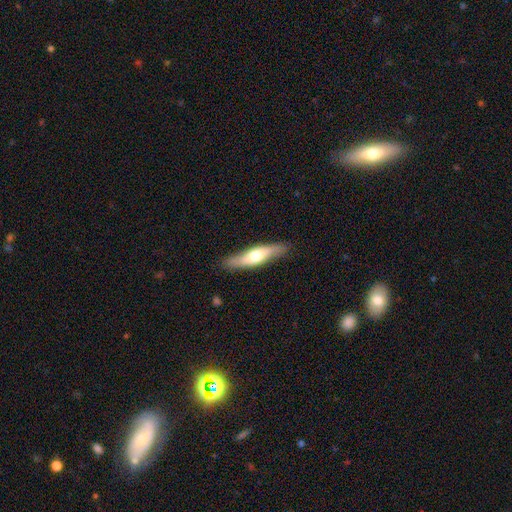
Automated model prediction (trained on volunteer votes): Smooth or featured? smooth (48%)
Merging? none (86%)